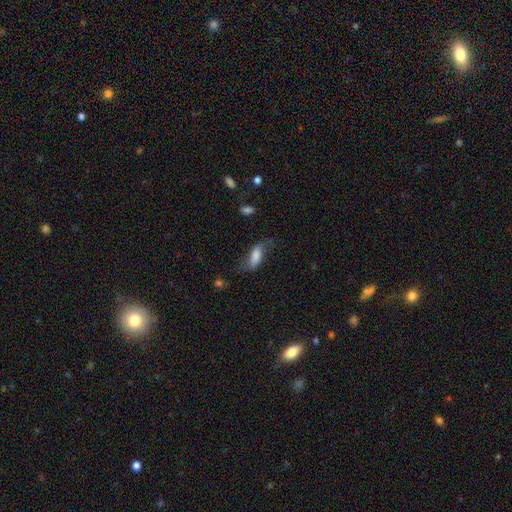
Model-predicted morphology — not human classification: Overall: smooth (60%; featured or disk 32%). How rounded: in between (72%). Merging: none (54%; minor disturbance 26%).